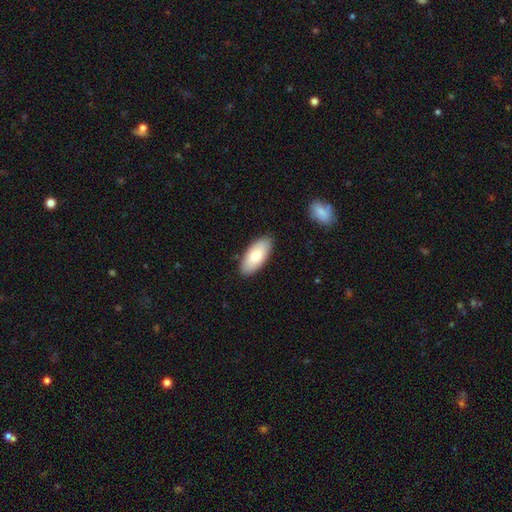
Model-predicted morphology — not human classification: This is likely a smooth galaxy (77%). How rounded: clearly in between (91%). Merging: clearly none (87%).